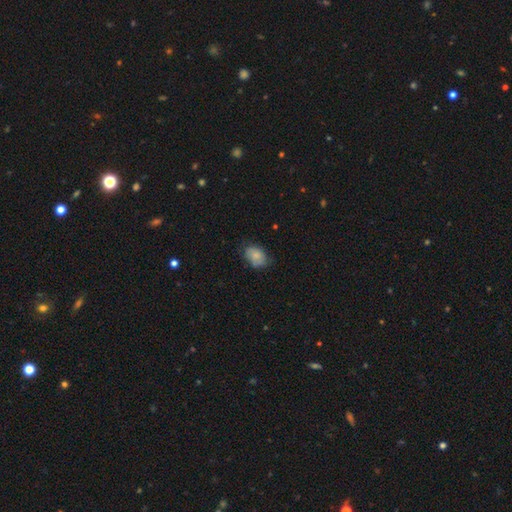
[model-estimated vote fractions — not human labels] The model was most divided on "merging": none: 64%, minor disturbance: 28%, major disturbance: 7%, merger: 2%. More confident: smooth or featured — smooth (79%); how rounded — in between (78%).